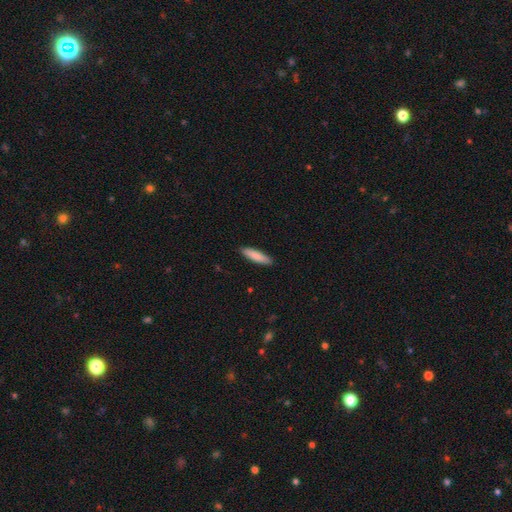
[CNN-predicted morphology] smooth-or-featured: smooth: 86% | featured or disk: 8% | star or artifact: 5%
  how-rounded: cigar-shaped: 76% | in between: 23% | round: 1%
  merging: none: 90% | minor disturbance: 7% | major disturbance: 2% | merger: 1%